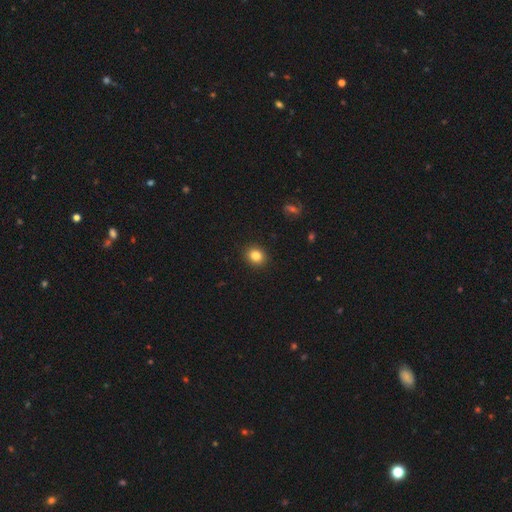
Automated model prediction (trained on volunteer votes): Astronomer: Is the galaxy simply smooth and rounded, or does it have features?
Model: smooth — 84%.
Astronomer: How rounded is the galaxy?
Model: round — 65%.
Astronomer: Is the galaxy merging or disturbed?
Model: none — 91%.